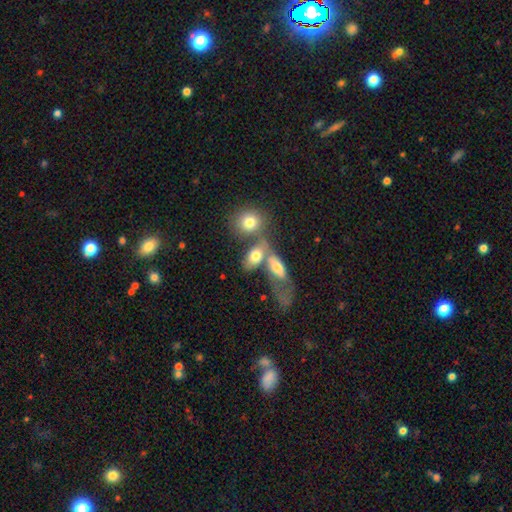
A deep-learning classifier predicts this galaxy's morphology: Smooth or featured: smooth — 71% (featured or disk — 19%)
How rounded: in between — 77% (round — 18%)
Merging: merger — 50% (none — 31%)